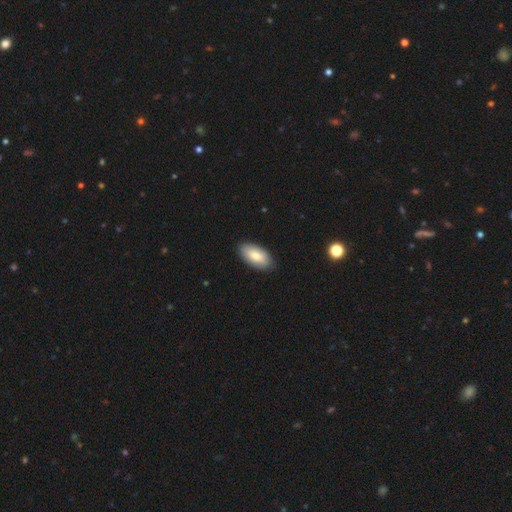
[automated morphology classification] Q: Smooth or featured?
A: smooth (80%); runner-up: featured or disk (15%)
Q: How rounded?
A: in between (94%); runner-up: cigar-shaped (4%)
Q: Merging?
A: none (87%); runner-up: minor disturbance (10%)